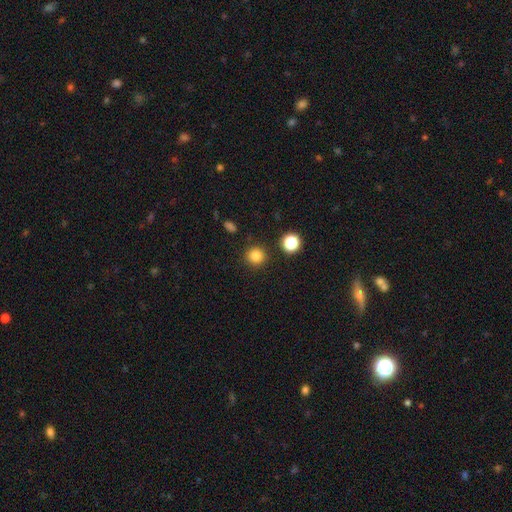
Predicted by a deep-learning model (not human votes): Smooth or featured: smooth — 83% (star or artifact — 13%)
How rounded: round — 93% (in between — 6%)
Merging: none — 89% (minor disturbance — 6%)